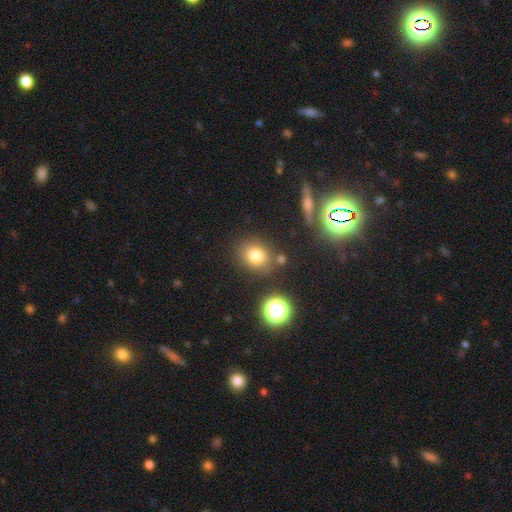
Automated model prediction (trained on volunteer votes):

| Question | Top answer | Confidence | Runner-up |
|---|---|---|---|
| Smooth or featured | smooth | 78% | star or artifact (14%) |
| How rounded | round | 65% | in between (34%) |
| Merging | none | 78% | minor disturbance (11%) |